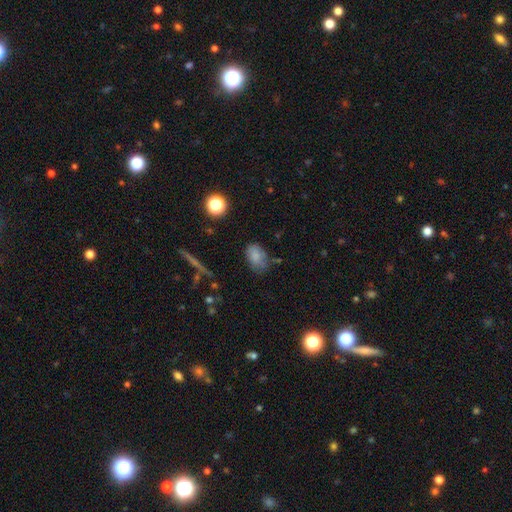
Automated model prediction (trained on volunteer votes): Smooth or featured? Predicted: smooth (p=0.77). How rounded? Predicted: in between (p=0.87). Merging? Predicted: none (p=0.58).